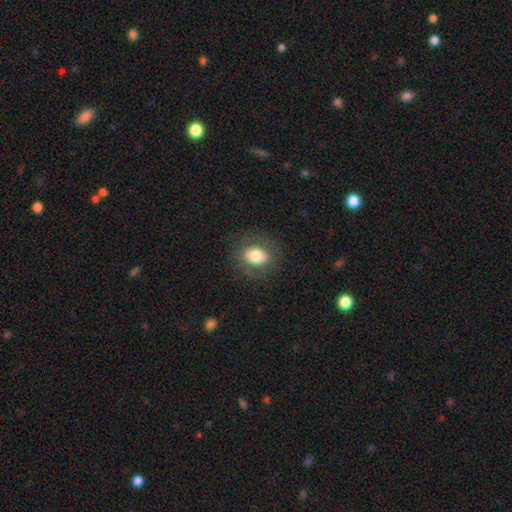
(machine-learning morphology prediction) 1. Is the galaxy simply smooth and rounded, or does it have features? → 72% smooth, 20% featured or disk, 9% star or artifact.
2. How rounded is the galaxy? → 53% round, 46% in between, 1% cigar-shaped.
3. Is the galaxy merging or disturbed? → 81% none, 11% minor disturbance, 6% major disturbance, 1% merger.